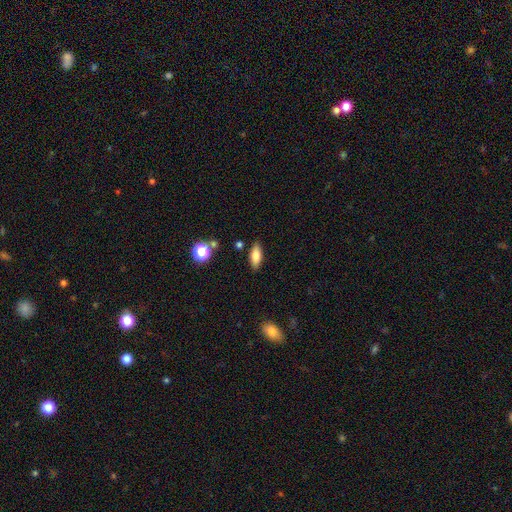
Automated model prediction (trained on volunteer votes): Smooth or featured: smooth — 77% (featured or disk — 15%)
How rounded: in between — 78% (cigar-shaped — 19%)
Merging: none — 85% (minor disturbance — 10%)